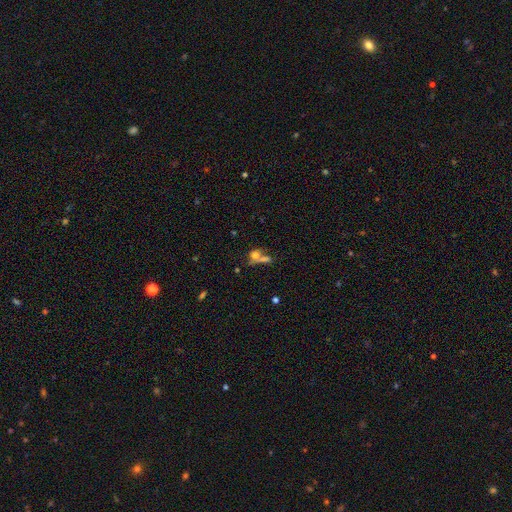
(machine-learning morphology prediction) Overall: smooth (53%; featured or disk 25%). How rounded: round (49%; in between 40%). Merging: merger (43%; none 38%).